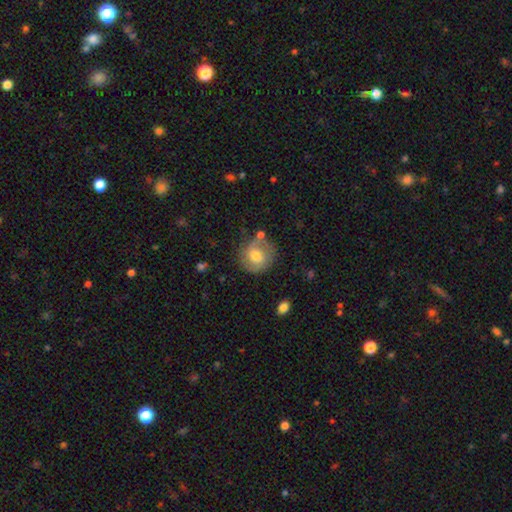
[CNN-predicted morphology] smooth-or-featured: smooth: 61% | featured or disk: 32% | star or artifact: 7%
  how-rounded: round: 88% | in between: 11% | cigar-shaped: 1%
  merging: none: 69% | minor disturbance: 19% | major disturbance: 6% | merger: 6%